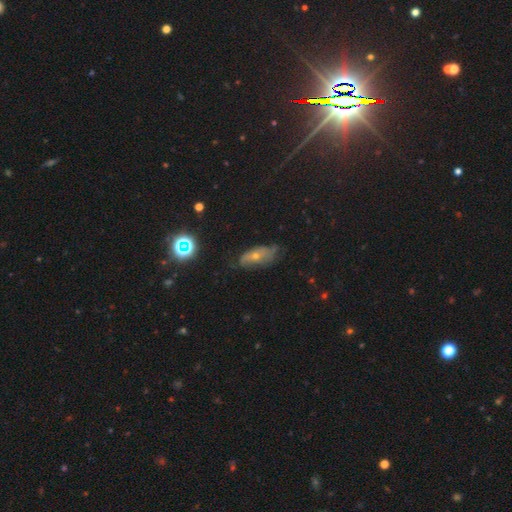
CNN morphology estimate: Smooth or featured?
  - featured or disk: 44% *
  - smooth: 33%
  - star or artifact: 23%
Merging?
  - none: 58% *
  - minor disturbance: 29%
  - major disturbance: 10%
  - merger: 2%